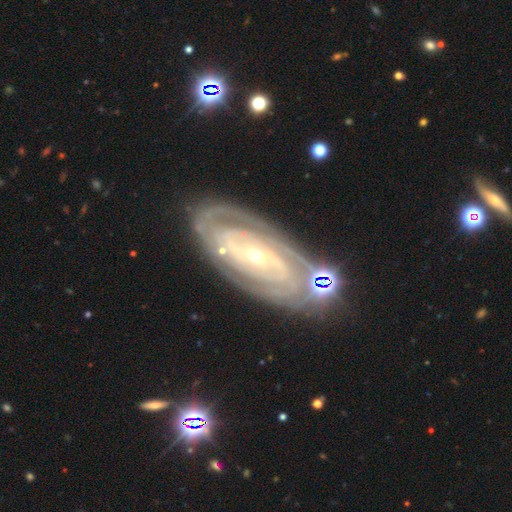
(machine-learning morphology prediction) Smooth or featured? Predicted: featured or disk (p=0.88). Edge-on disk? Predicted: no (p=0.93). Bar? Predicted: no (p=0.56). Spiral arms? Predicted: yes (p=0.95). Spiral winding? Predicted: tight (p=0.78). Spiral arm count? Predicted: can't tell (p=0.31). Bulge size? Predicted: small (p=0.74). Merging? Predicted: none (p=0.74).